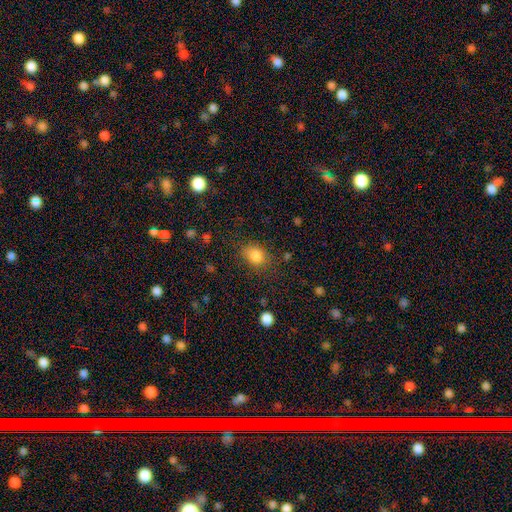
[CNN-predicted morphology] Q: Smooth or featured?
A: smooth (82%); runner-up: star or artifact (11%)
Q: How rounded?
A: in between (58%); runner-up: round (41%)
Q: Merging?
A: none (76%); runner-up: minor disturbance (16%)